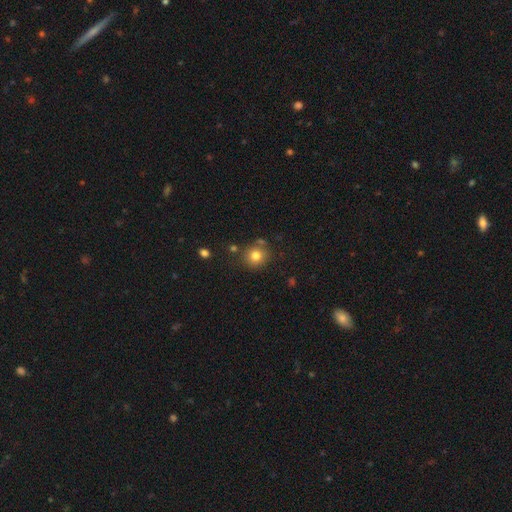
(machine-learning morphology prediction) smooth 79%, star or artifact 12%, featured or disk 9%. Down the decision tree: how rounded — round (86%); merging — none (79%).